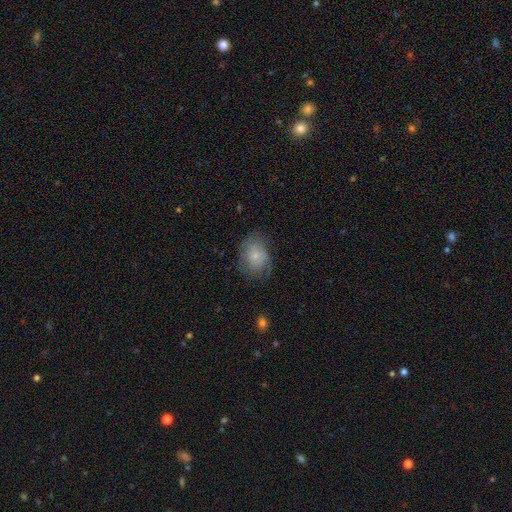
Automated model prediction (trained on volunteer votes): A smooth galaxy with no disk features (62%) that is in between round and cigar-shaped (61%). Merging: none (58%).